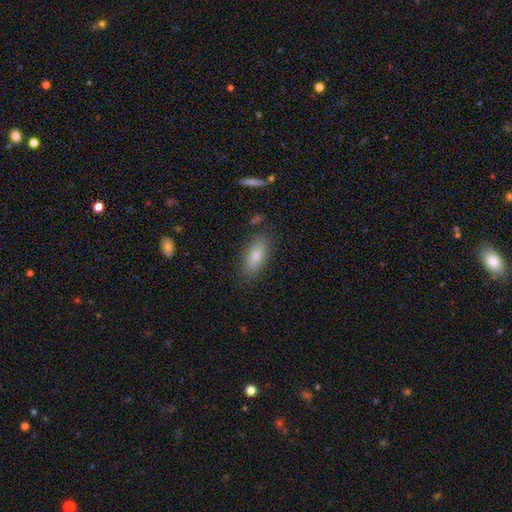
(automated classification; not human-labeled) Morphology: type=smooth (80%); roundness=in between (81%); merging=none (81%).